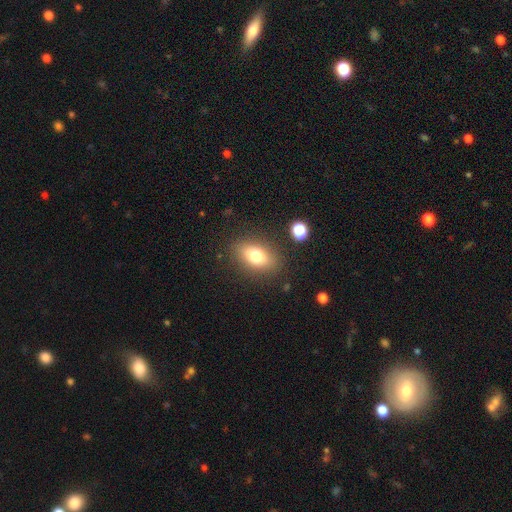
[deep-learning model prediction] This is likely a smooth galaxy (75%). How rounded: clearly in between (82%). Merging: clearly none (83%).